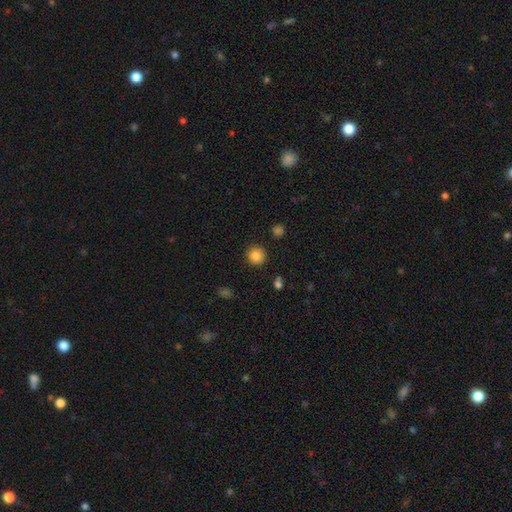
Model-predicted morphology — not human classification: type=smooth (85%); roundness=round (94%); merging=none (91%).